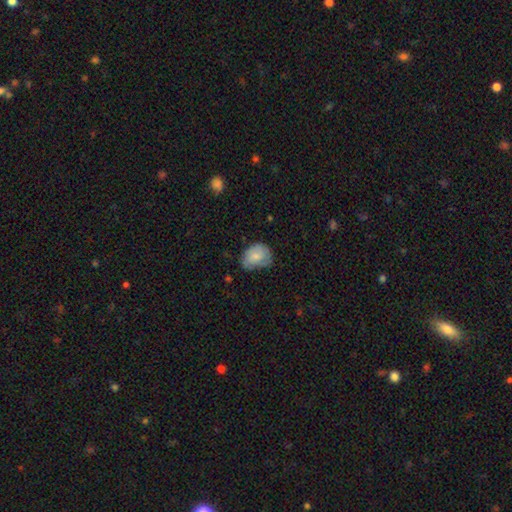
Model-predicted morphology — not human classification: smooth_or_featured: smooth (p=0.72) [alt: featured or disk p=0.22]
how_rounded: in between (p=0.64) [alt: round p=0.35]
merging: none (p=0.46) [alt: minor disturbance p=0.39]